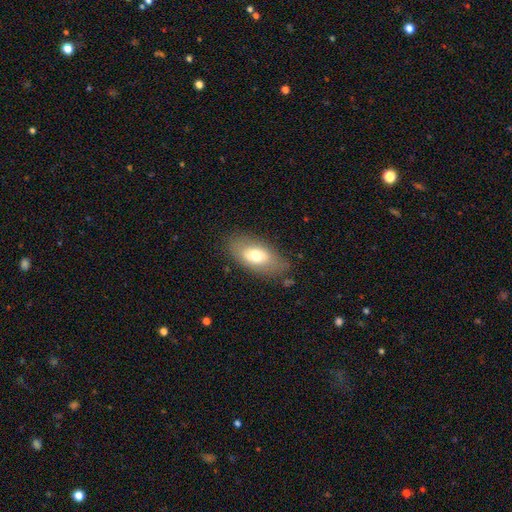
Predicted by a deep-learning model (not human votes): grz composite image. It shows a smooth galaxy with no disk features (66%) that is in between round and cigar-shaped (91%). Merging: none (79%).